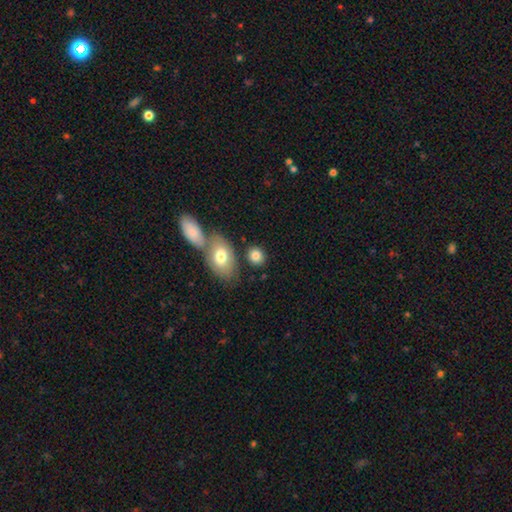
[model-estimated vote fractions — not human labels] The model was most divided on "how rounded": round: 52%, in between: 46%, cigar-shaped: 2%. More confident: smooth or featured — smooth (81%); merging — none (68%).